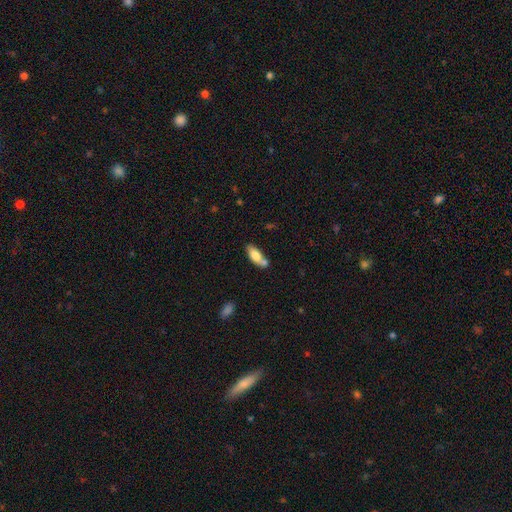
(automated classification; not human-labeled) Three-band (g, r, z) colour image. It shows a smooth galaxy with no disk features (77%) that is in between round and cigar-shaped (80%). Merging: none (48%).